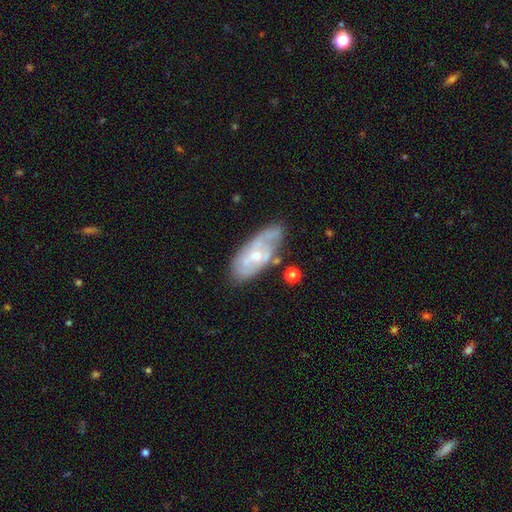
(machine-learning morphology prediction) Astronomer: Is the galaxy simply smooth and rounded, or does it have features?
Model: featured or disk — 67%.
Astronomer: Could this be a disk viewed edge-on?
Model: no — 90%.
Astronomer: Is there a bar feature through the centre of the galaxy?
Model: no — 59%.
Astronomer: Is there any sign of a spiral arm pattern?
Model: yes — 69%.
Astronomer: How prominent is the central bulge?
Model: small — 56% (runner-up: moderate, 39%).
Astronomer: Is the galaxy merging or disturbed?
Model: none — 56%.